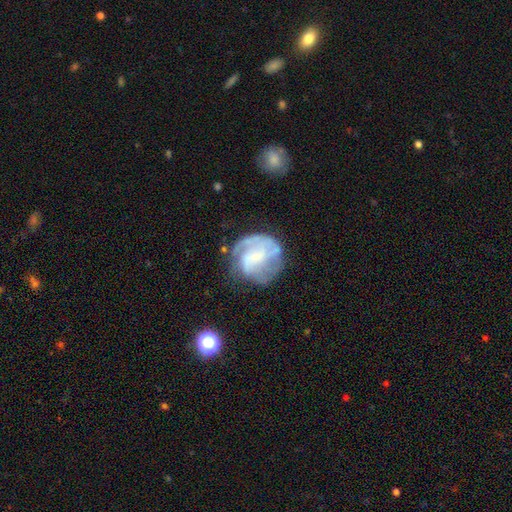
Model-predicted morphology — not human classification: Smooth or featured: featured or disk — 71% (smooth — 21%)
Edge-on disk: no — 98% (yes — 2%)
Bar: no — 48% (weak — 40%)
Spiral arms: yes — 81% (no — 19%)
Spiral winding: medium — 39% (tight — 38%)
Spiral arm count: 2 — 32% (can't tell — 31%)
Bulge size: small — 51% (none — 25%)
Merging: none — 54% (minor disturbance — 22%)